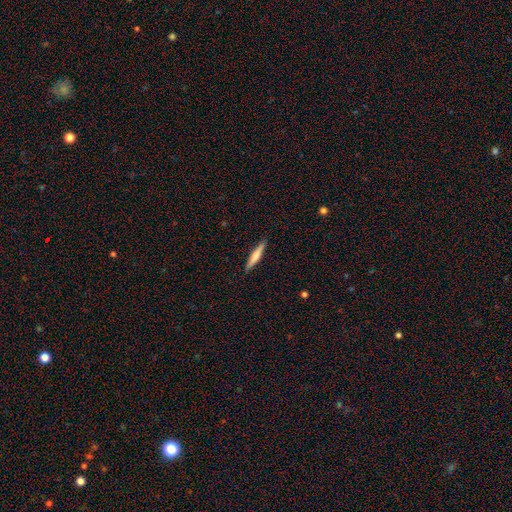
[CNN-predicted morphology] A smooth galaxy with no disk features (57%) that is cigar-shaped (92%).

Vote fractions:
- Smooth or featured? smooth: 57% / featured or disk: 37% / star or artifact: 5%
- How rounded? cigar-shaped: 92% / in between: 7% / round: 1%
- Merging? none: 90% / minor disturbance: 7% / major disturbance: 2% / merger: 1%